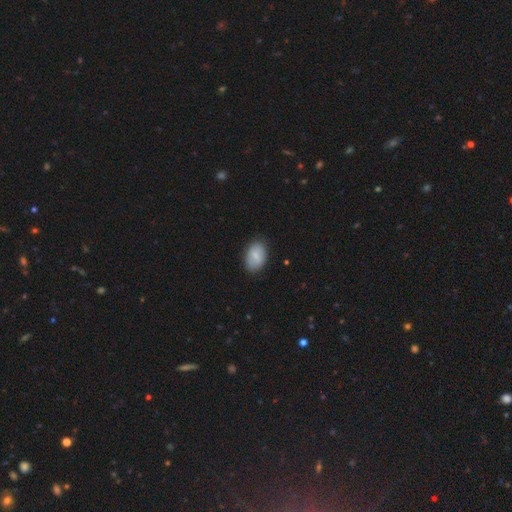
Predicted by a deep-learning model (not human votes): smooth-or-featured: smooth: 78% | featured or disk: 15% | star or artifact: 7%
  how-rounded: in between: 87% | round: 12% | cigar-shaped: 1%
  merging: none: 82% | minor disturbance: 14% | major disturbance: 3% | merger: 1%